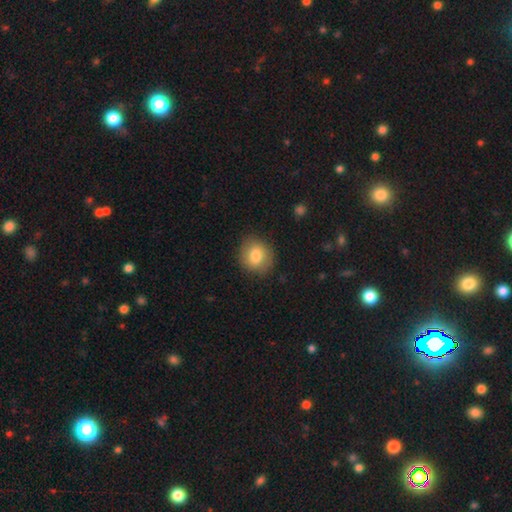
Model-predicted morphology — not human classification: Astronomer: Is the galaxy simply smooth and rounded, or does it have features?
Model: smooth — 80%.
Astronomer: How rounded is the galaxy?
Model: round — 75%.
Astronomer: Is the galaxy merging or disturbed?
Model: none — 85%.